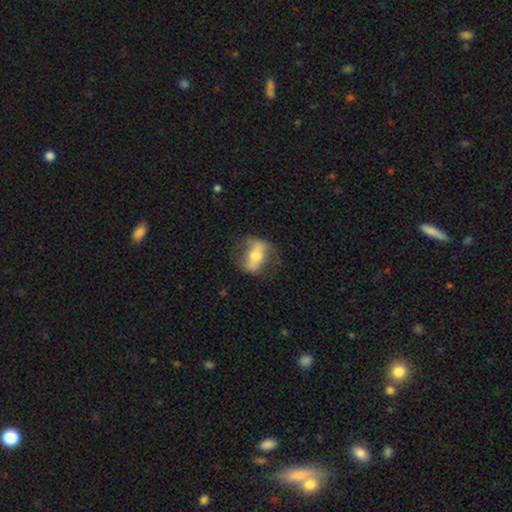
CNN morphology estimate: Smooth or featured? Predicted: featured or disk (p=0.54). Edge-on disk? Predicted: no (p=0.79). Merging? Predicted: none (p=0.63).